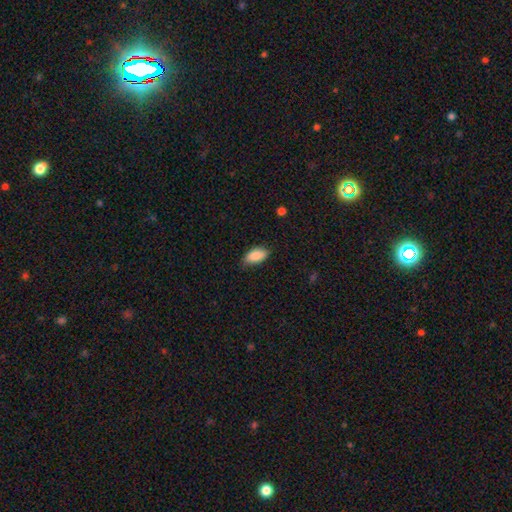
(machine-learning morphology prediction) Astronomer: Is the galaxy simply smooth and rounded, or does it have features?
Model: smooth — 88%.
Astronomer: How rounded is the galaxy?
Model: in between — 92%.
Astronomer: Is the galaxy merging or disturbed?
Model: none — 74%.